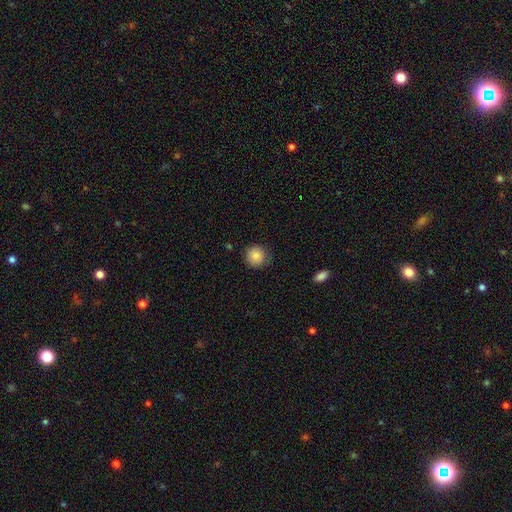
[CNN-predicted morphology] Smooth or featured? Predicted: smooth (p=0.86). How rounded? Predicted: round (p=0.93). Merging? Predicted: none (p=0.81).